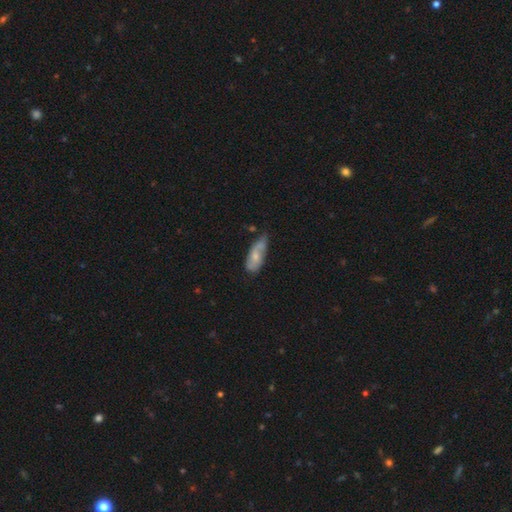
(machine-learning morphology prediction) Q: Smooth or featured?
A: smooth (54%); runner-up: featured or disk (39%)
Q: How rounded?
A: in between (73%); runner-up: cigar-shaped (25%)
Q: Merging?
A: none (45%); runner-up: minor disturbance (39%)